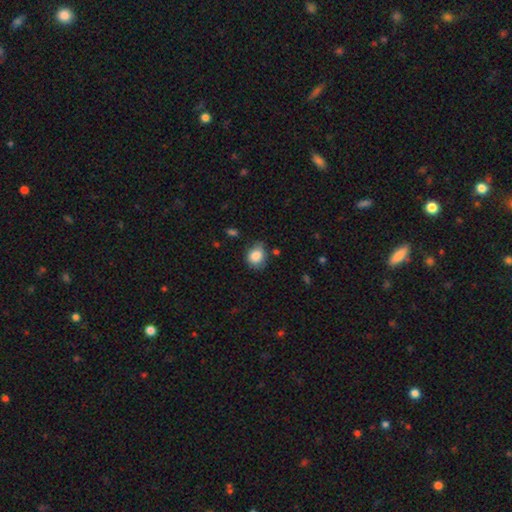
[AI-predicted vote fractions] This is clearly a smooth galaxy (84%). How rounded: likely round (62%). Merging: likely none (61%).